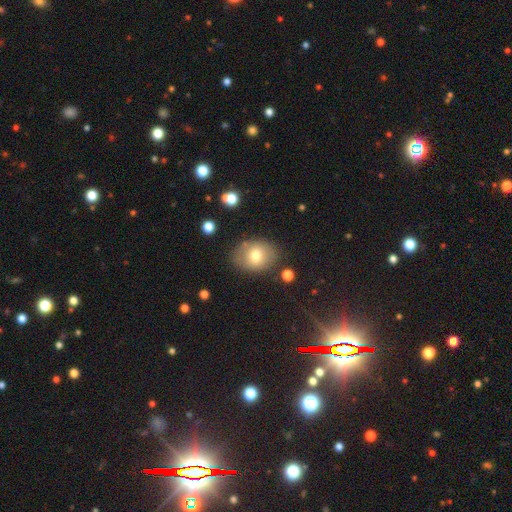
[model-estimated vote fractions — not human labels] A smooth galaxy with no disk features (72%) that is in between round and cigar-shaped (58%).

Vote fractions:
- Smooth or featured? smooth: 72% / featured or disk: 19% / star or artifact: 9%
- How rounded? in between: 58% / round: 41% / cigar-shaped: 1%
- Merging? none: 77% / minor disturbance: 15% / major disturbance: 5% / merger: 4%